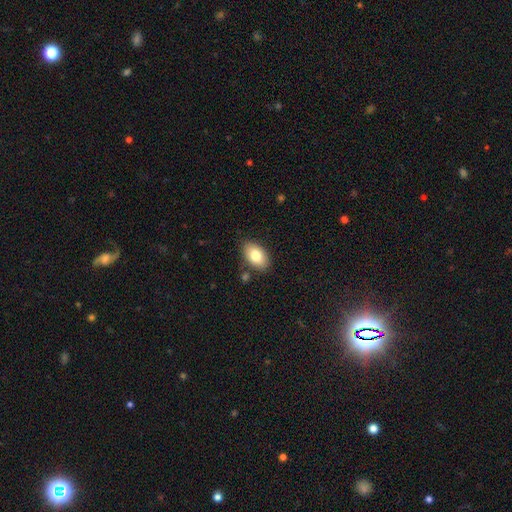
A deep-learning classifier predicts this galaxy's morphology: Overall: smooth (81%). How rounded: in between (92%). Merging: none (83%).